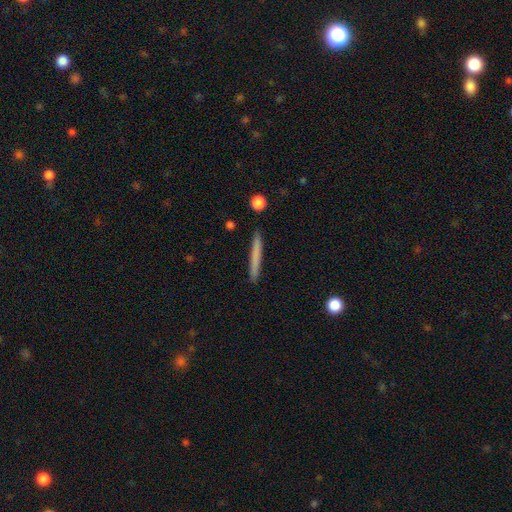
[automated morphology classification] smooth_or_featured: smooth (p=0.70) [alt: featured or disk p=0.24]
how_rounded: cigar-shaped (p=0.97) [alt: in between p=0.02]
merging: none (p=0.91) [alt: minor disturbance p=0.06]